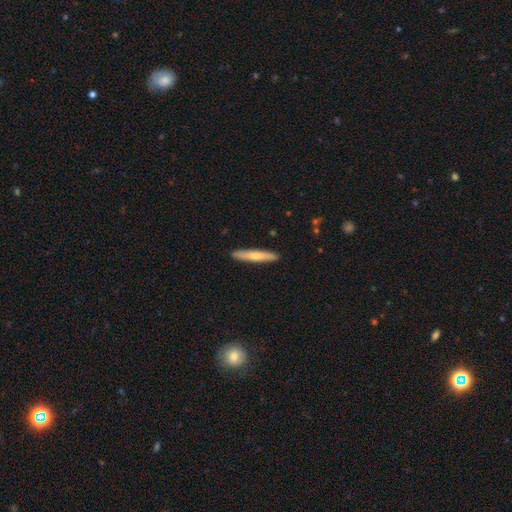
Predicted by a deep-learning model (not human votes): smooth_or_featured: smooth (p=0.68) [alt: featured or disk p=0.27]
how_rounded: cigar-shaped (p=0.93) [alt: in between p=0.06]
merging: none (p=0.90) [alt: minor disturbance p=0.07]